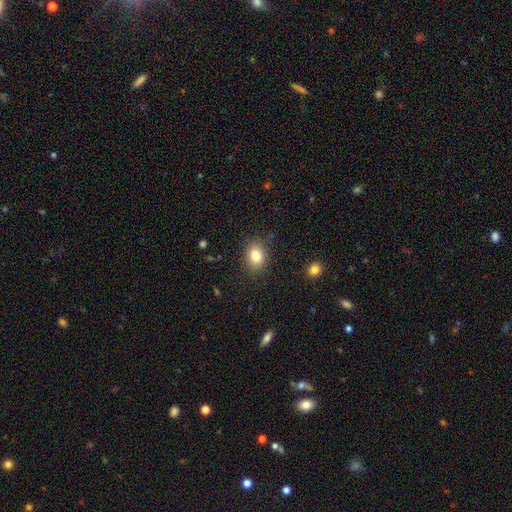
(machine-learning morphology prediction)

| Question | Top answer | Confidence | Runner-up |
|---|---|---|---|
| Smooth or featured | smooth | 82% | star or artifact (10%) |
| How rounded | in between | 65% | round (34%) |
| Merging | none | 86% | minor disturbance (10%) |